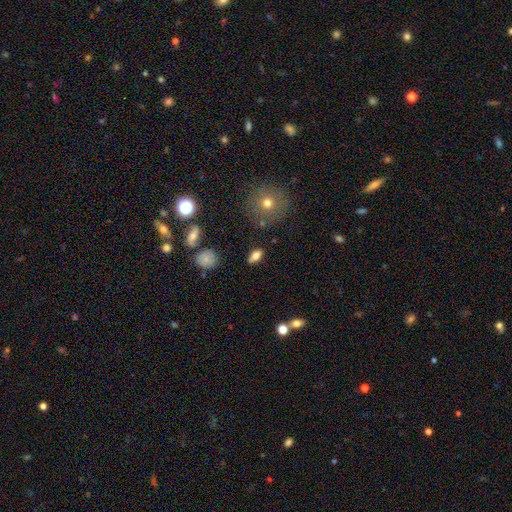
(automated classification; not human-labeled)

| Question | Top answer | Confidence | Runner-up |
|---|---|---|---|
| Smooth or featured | smooth | 75% | featured or disk (15%) |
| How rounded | in between | 85% | cigar-shaped (9%) |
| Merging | none | 83% | minor disturbance (11%) |